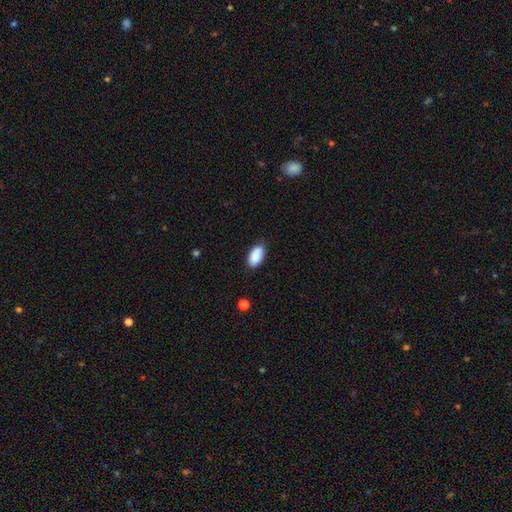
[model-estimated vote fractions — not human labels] smooth 89%, star or artifact 7%, featured or disk 4%. Down the decision tree: how rounded — in between (94%); merging — none (80%).